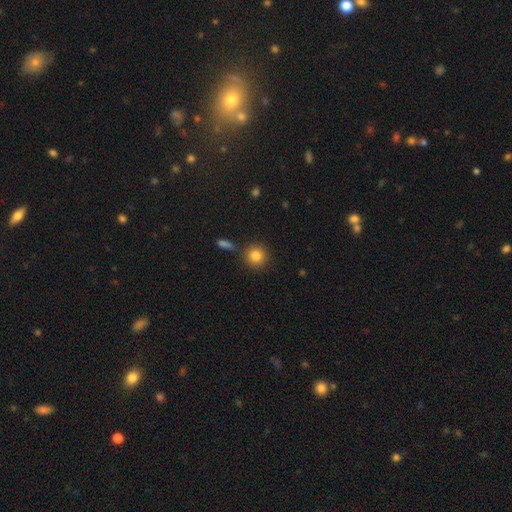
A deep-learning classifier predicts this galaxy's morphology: The model was most divided on "merging": none: 83%, minor disturbance: 8%, merger: 6%, major disturbance: 3%. More confident: how rounded — round (92%); smooth or featured — smooth (84%).